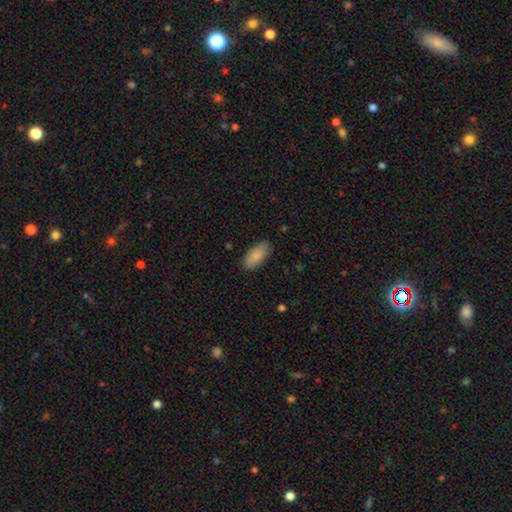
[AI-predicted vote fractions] Smooth or featured: smooth — 89% (star or artifact — 6%)
How rounded: in between — 90% (cigar-shaped — 8%)
Merging: none — 84% (minor disturbance — 13%)